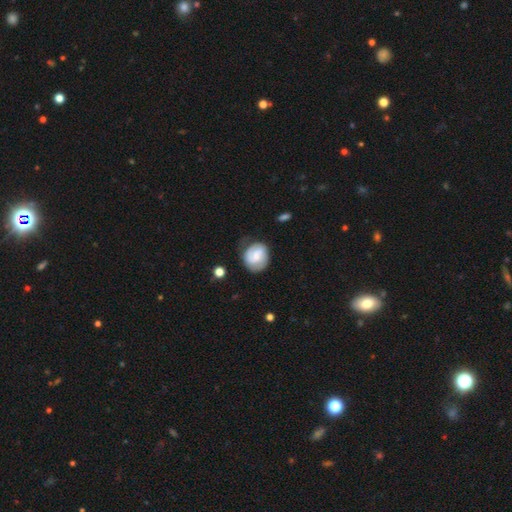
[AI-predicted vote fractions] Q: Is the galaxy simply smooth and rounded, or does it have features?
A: featured or disk — 49%.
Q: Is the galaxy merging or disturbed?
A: none — 63%.